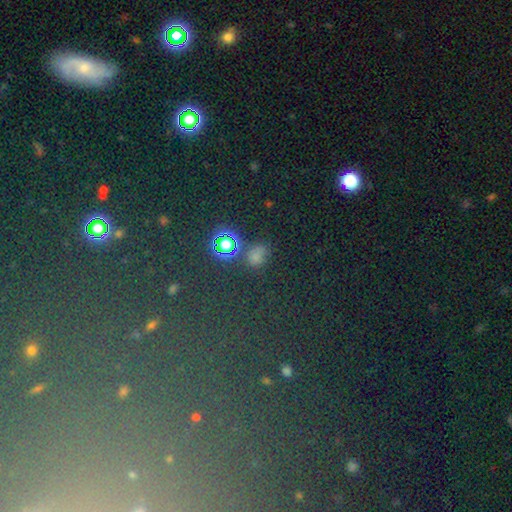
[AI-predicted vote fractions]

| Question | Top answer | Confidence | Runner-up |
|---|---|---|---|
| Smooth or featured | star or artifact | 50% | smooth (43%) |